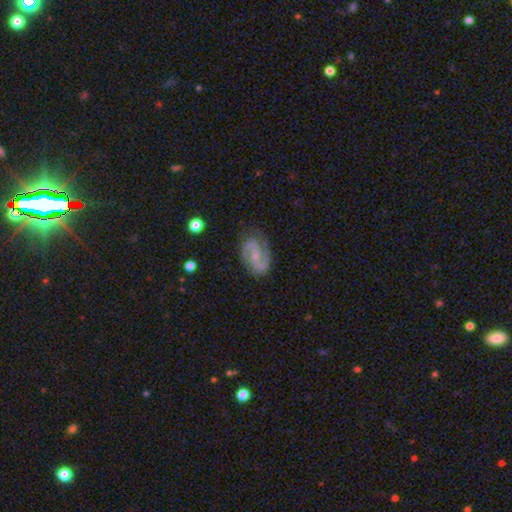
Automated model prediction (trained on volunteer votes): featured or disk 87%, smooth 8%, star or artifact 5%. Down the decision tree: edge-on disk — no (98%); bar — weak (46%); spiral arms — yes (97%); spiral arm count — 2 (92%); spiral winding — medium (55%); bulge size — small (63%); merging — none (78%).